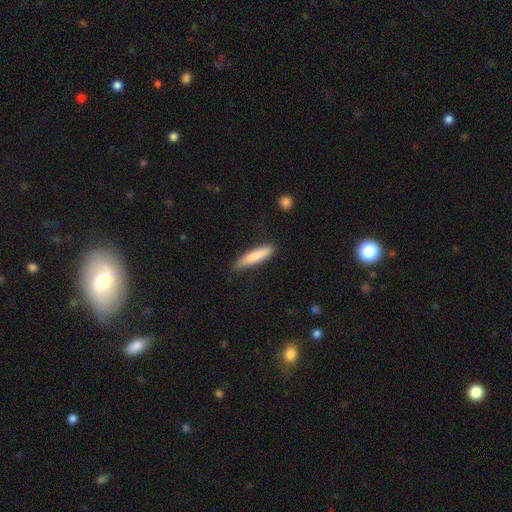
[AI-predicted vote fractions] The model was most divided on "merging": none: 74%, minor disturbance: 21%, major disturbance: 4%, merger: 2%. More confident: smooth or featured — smooth (82%); how rounded — cigar-shaped (82%).